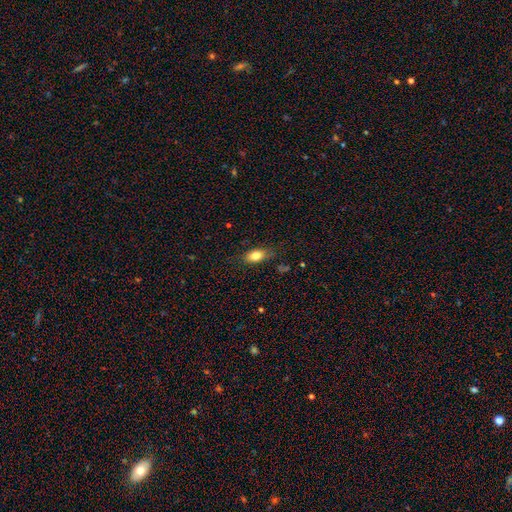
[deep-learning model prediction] Overall: smooth (80%). How rounded: in between (84%). Merging: none (79%).